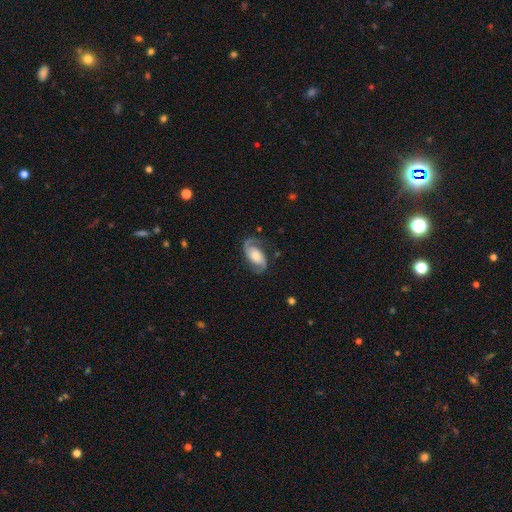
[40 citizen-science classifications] Q: Smooth or featured?
A: featured or disk (85%); runner-up: smooth (10%)
Q: Edge-on disk?
A: no (100%)
Q: Bar?
A: no (62%); runner-up: weak (21%)
Q: Spiral arms?
A: yes (94%); runner-up: no (6%)
Q: Spiral winding?
A: medium (62%); runner-up: loose (28%)
Q: Spiral arm count?
A: 2 (100%)
Q: Bulge size?
A: moderate (50%); runner-up: small (24%)
Q: Merging?
A: none (71%); runner-up: major disturbance (16%)